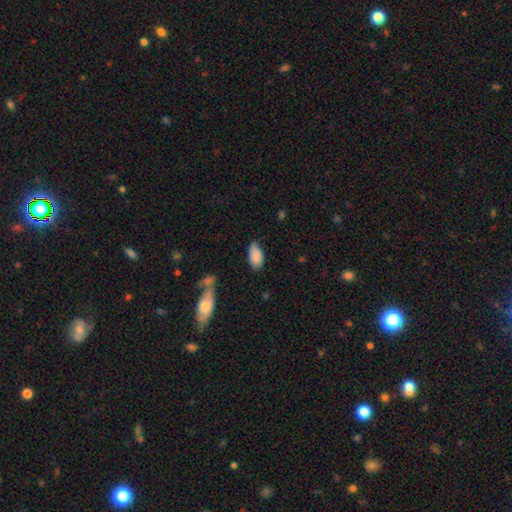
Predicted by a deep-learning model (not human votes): Morphology: type=smooth (87%); roundness=in between (94%); merging=none (68%).